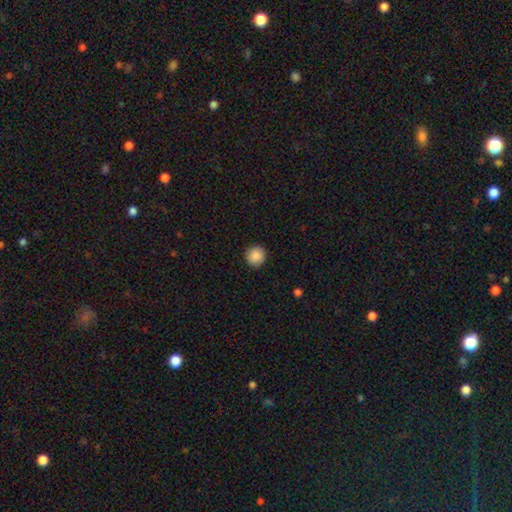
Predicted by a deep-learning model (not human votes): A smooth galaxy with no disk features (89%) that is round (95%).

Vote fractions:
- Smooth or featured? smooth: 89% / star or artifact: 8% / featured or disk: 3%
- How rounded? round: 95% / in between: 4% / cigar-shaped: 1%
- Merging? none: 93% / minor disturbance: 5% / major disturbance: 2% / merger: 1%